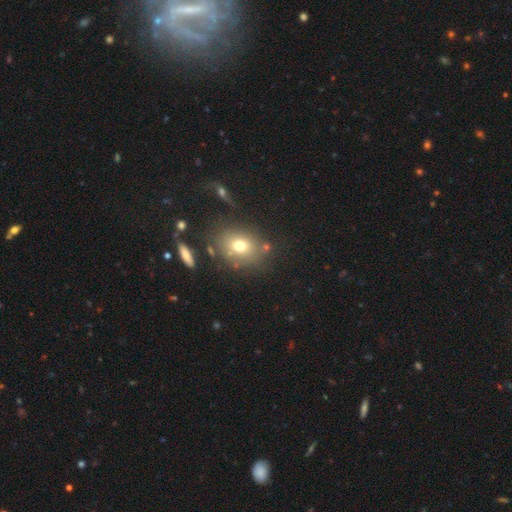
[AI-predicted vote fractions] The model was most divided on "how rounded": round: 58%, in between: 40%, cigar-shaped: 2%. More confident: merging — none (74%); smooth or featured — smooth (56%).